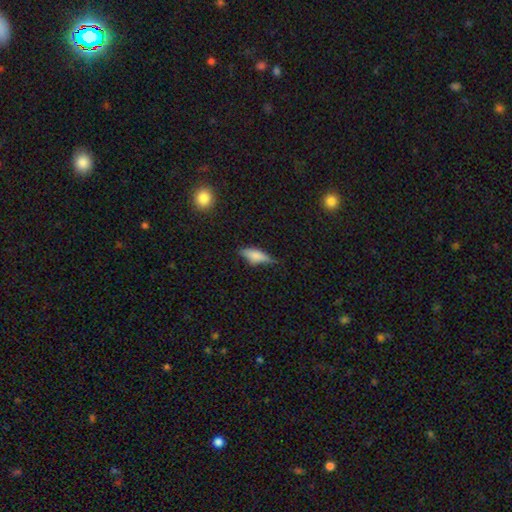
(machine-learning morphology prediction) smooth_or_featured: smooth (p=0.67) [alt: featured or disk p=0.24]
how_rounded: in between (p=0.60) [alt: cigar-shaped p=0.37]
merging: none (p=0.64) [alt: minor disturbance p=0.28]